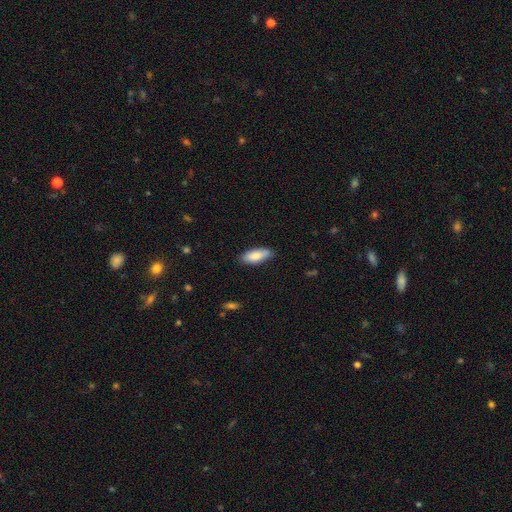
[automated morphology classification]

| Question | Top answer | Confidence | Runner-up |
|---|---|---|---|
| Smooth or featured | smooth | 83% | featured or disk (11%) |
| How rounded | in between | 80% | cigar-shaped (18%) |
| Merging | none | 81% | minor disturbance (15%) |